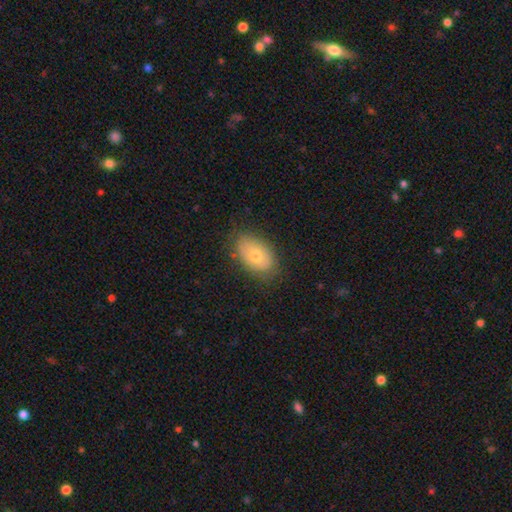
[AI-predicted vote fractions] This is likely a smooth galaxy (67%). How rounded: clearly in between (88%). Merging: likely none (80%).